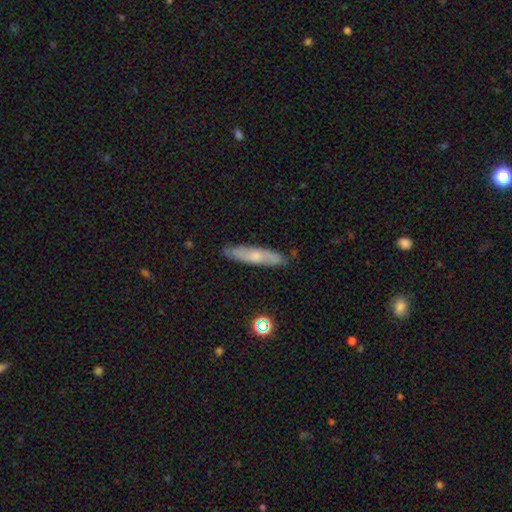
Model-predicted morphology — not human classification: Smooth or featured? smooth (50%)
How rounded? cigar-shaped (81%)
Merging? none (85%)